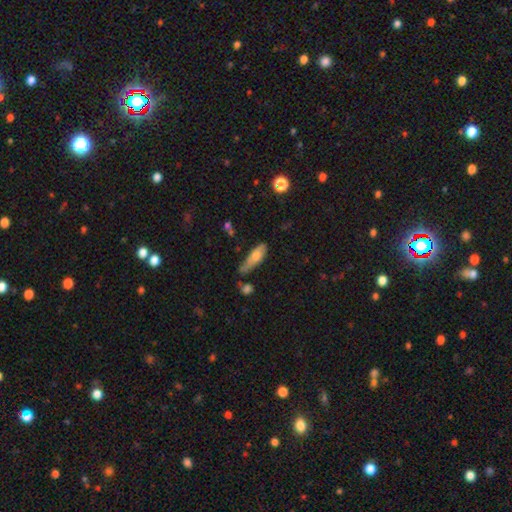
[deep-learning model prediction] This appears to be a smooth galaxy with no disk features (65%) that is in between round and cigar-shaped (51%). Merging: none (42%).